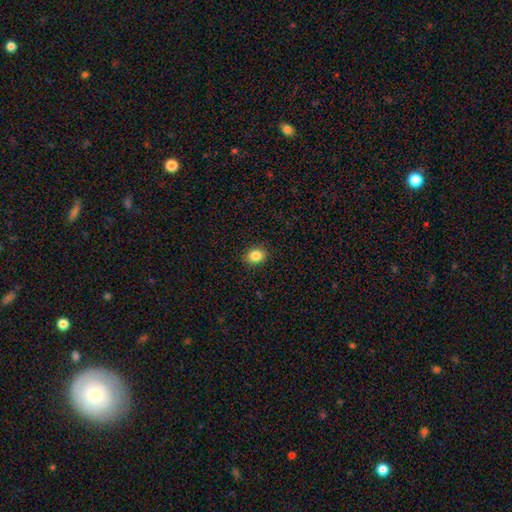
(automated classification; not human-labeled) Morphology: type=smooth (85%); roundness=round (53%); merging=none (90%).